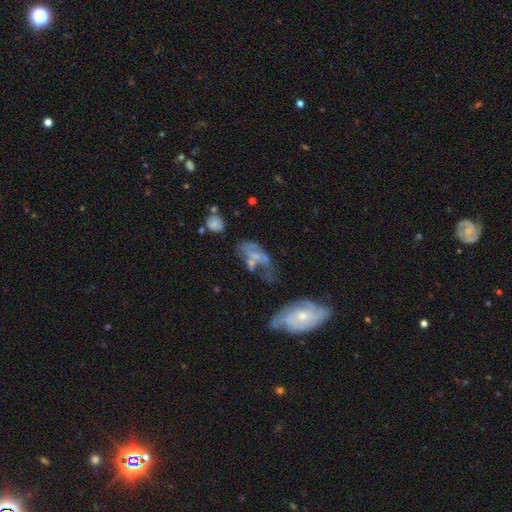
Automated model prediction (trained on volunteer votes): Morphology: type=featured or disk (59%); edge-on=no (94%); bar=no (73%); spiral arms=no (58%); bulge=small (40%); merging=major disturbance (30%).